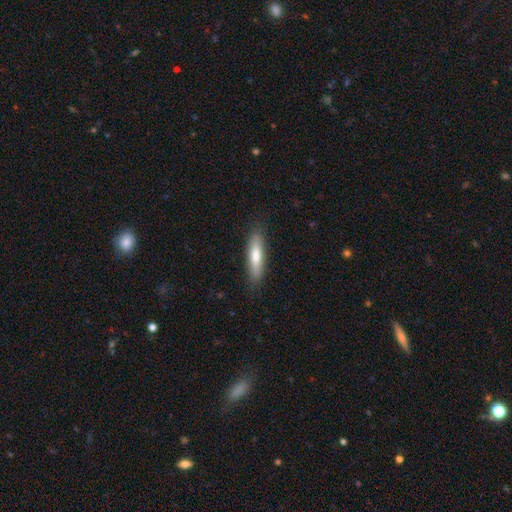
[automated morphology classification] Overall: smooth (73%). How rounded: cigar-shaped (75%). Merging: none (86%).